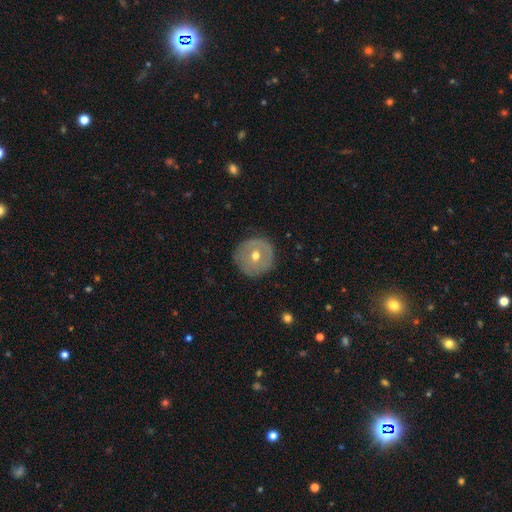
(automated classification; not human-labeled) Overall: smooth (48%; featured or disk 44%). Merging: none (87%).